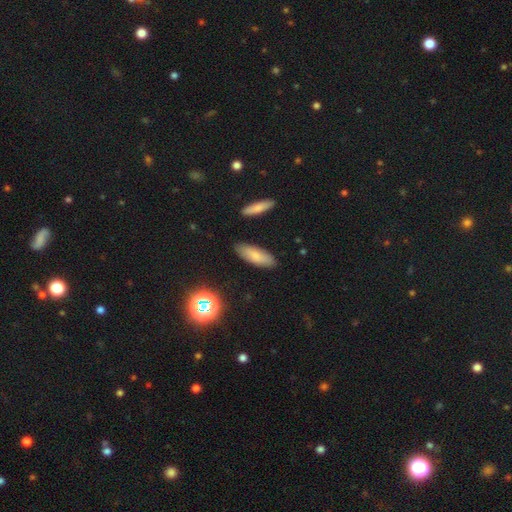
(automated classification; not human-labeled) smooth 78%, featured or disk 14%, star or artifact 8%. Down the decision tree: how rounded — in between (66%); merging — none (86%).